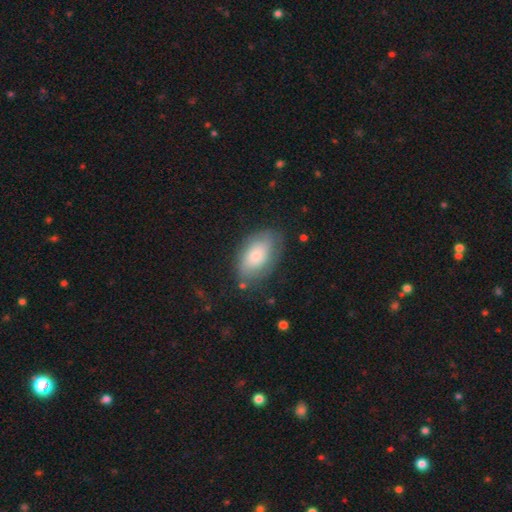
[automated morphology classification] Smooth or featured? smooth (68%)
How rounded? in between (93%)
Merging? none (72%)